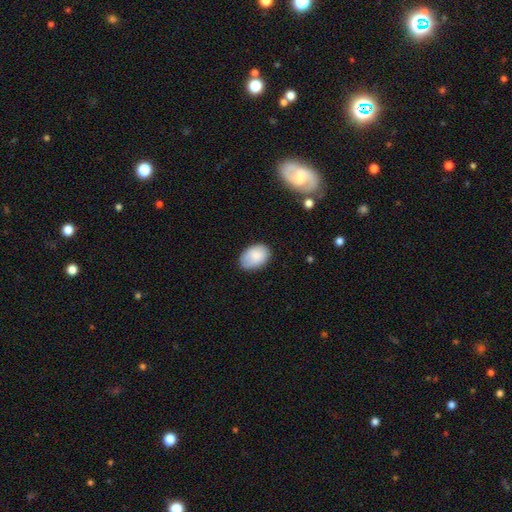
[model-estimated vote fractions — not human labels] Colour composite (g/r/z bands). It shows a smooth galaxy with no disk features (87%) that is in between round and cigar-shaped (87%). Merging: none (76%).